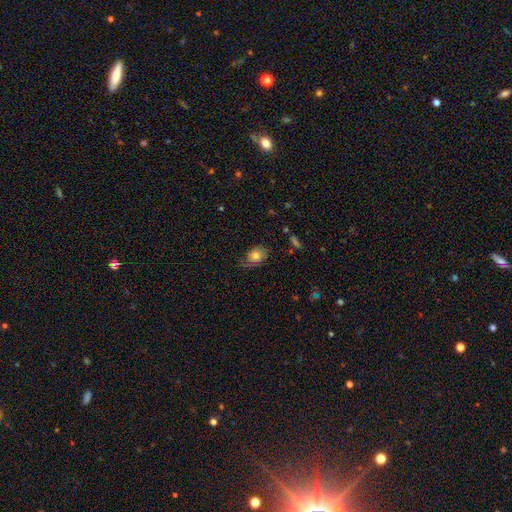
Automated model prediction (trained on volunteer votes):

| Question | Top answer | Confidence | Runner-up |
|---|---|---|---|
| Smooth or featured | smooth | 63% | featured or disk (27%) |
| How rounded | in between | 62% | round (37%) |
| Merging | none | 59% | minor disturbance (27%) |